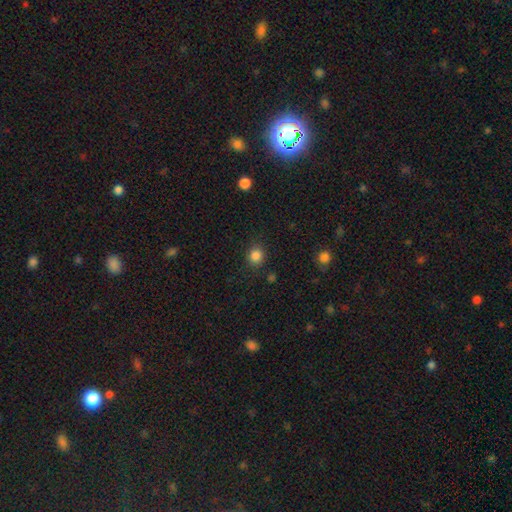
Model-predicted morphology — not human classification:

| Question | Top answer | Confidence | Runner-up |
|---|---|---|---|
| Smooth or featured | smooth | 85% | star or artifact (11%) |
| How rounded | round | 83% | in between (16%) |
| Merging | none | 85% | minor disturbance (9%) |